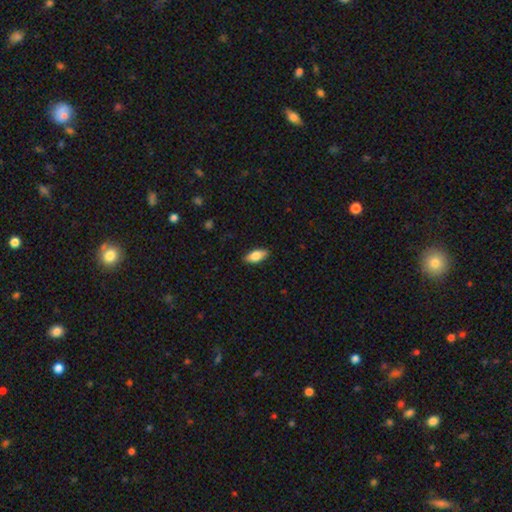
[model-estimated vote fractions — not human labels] Q: Smooth or featured?
A: smooth (75%); runner-up: featured or disk (19%)
Q: How rounded?
A: in between (85%); runner-up: cigar-shaped (12%)
Q: Merging?
A: none (87%); runner-up: minor disturbance (10%)